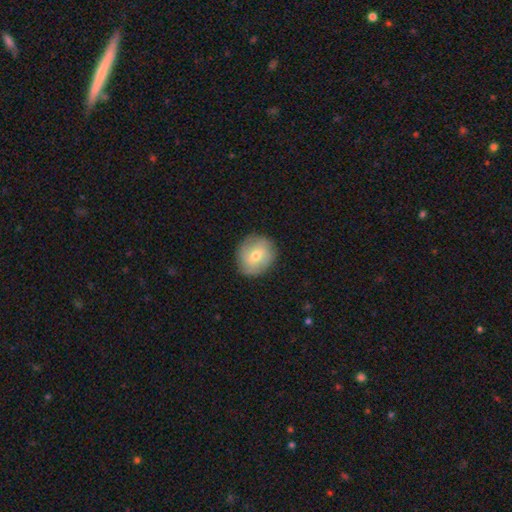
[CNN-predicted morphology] smooth 64%, featured or disk 28%, star or artifact 8%. Down the decision tree: how rounded — round (77%); merging — none (85%).